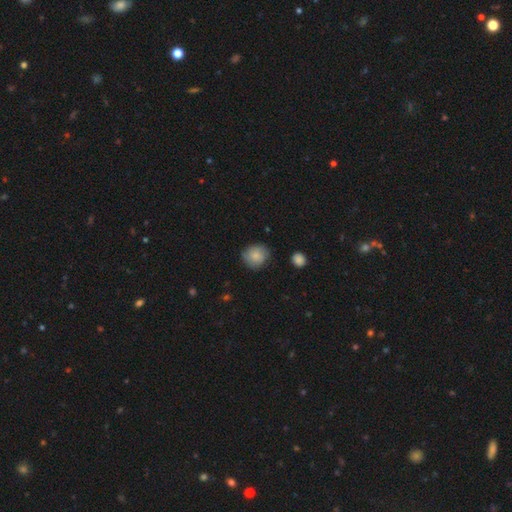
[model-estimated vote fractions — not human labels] Q: Smooth or featured?
A: smooth (81%); runner-up: featured or disk (12%)
Q: How rounded?
A: round (81%); runner-up: in between (18%)
Q: Merging?
A: none (75%); runner-up: minor disturbance (19%)